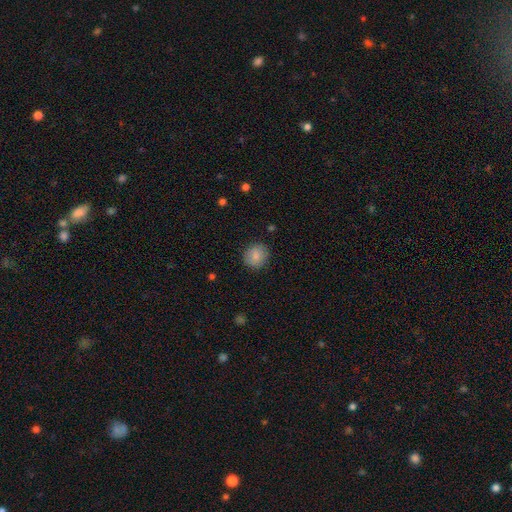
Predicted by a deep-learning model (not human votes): Q: Smooth or featured?
A: smooth (84%); runner-up: star or artifact (8%)
Q: How rounded?
A: round (83%); runner-up: in between (16%)
Q: Merging?
A: none (87%); runner-up: minor disturbance (9%)